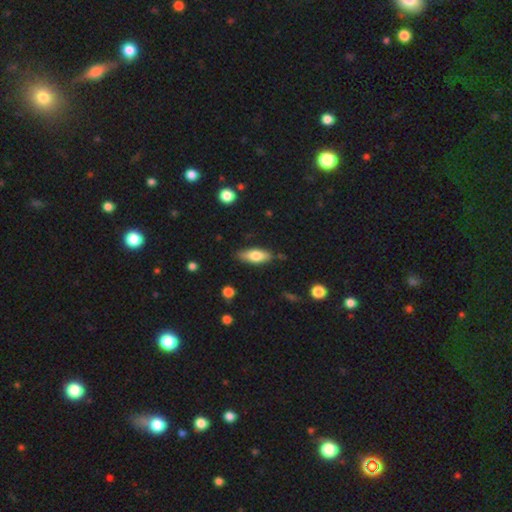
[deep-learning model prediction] Morphology: type=smooth (72%); roundness=in between (69%); merging=none (83%).